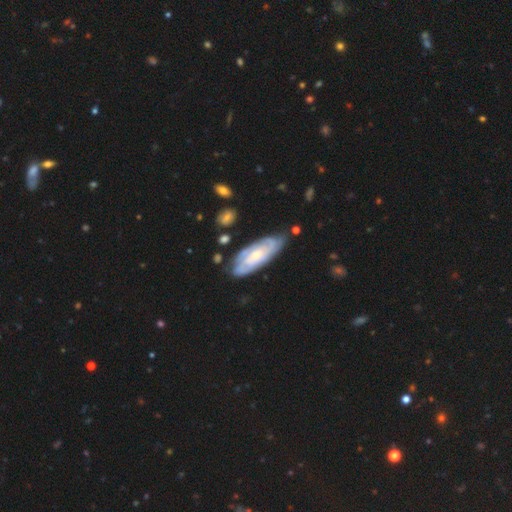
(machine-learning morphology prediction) This appears to be a featured or disk galaxy (74%) with no bar (69%), tight (70%) spiral arms (89%) and a small central bulge (56%). Merging: none (73%).